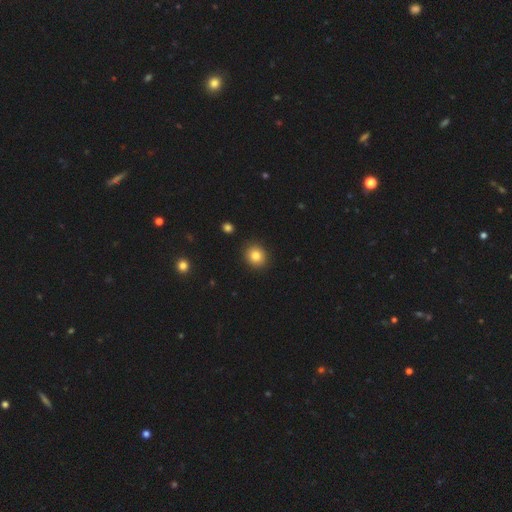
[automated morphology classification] Overall: smooth (83%). How rounded: round (80%). Merging: none (91%).